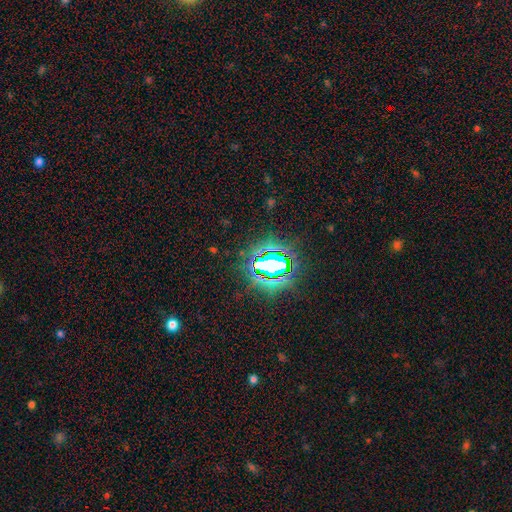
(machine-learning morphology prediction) A star or artifact, not a galaxy (83%).

Vote fractions:
- Smooth or featured? star or artifact: 83% / smooth: 11% / featured or disk: 6%